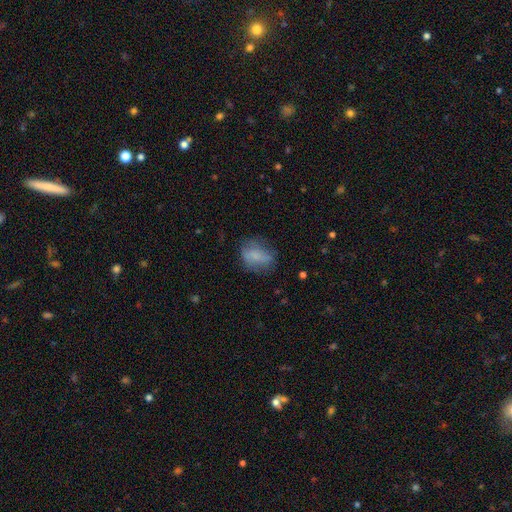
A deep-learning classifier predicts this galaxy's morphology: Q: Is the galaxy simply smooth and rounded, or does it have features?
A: smooth — 70%.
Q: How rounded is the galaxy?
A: in between — 71%.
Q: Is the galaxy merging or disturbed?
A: none — 61%.